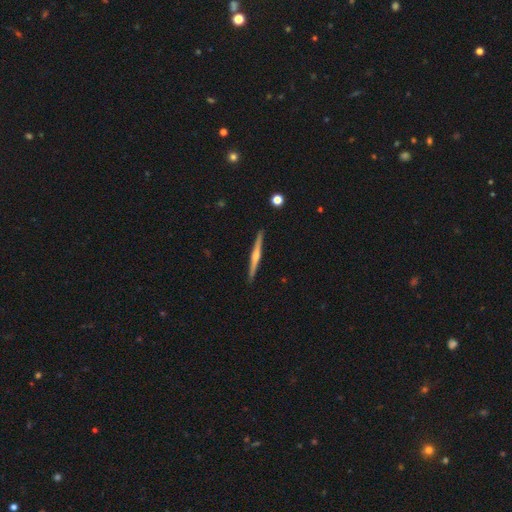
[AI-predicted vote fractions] Smooth or featured: featured or disk — 72% (smooth — 23%)
Edge-on disk: yes — 98% (no — 2%)
Edge-on bulge: rounded — 82% (none — 11%)
Merging: none — 91% (minor disturbance — 6%)